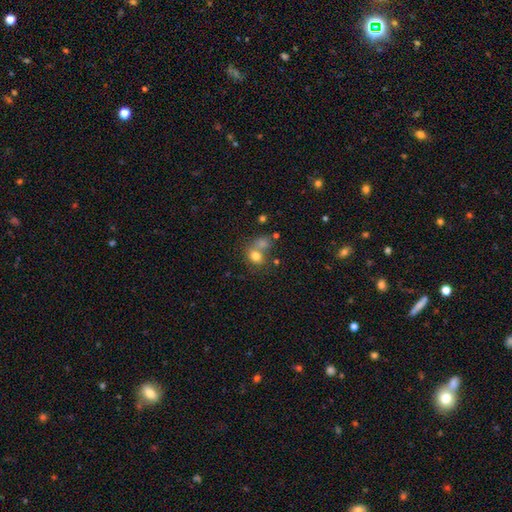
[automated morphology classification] type=smooth (77%); roundness=round (61%); merging=merger (44%).